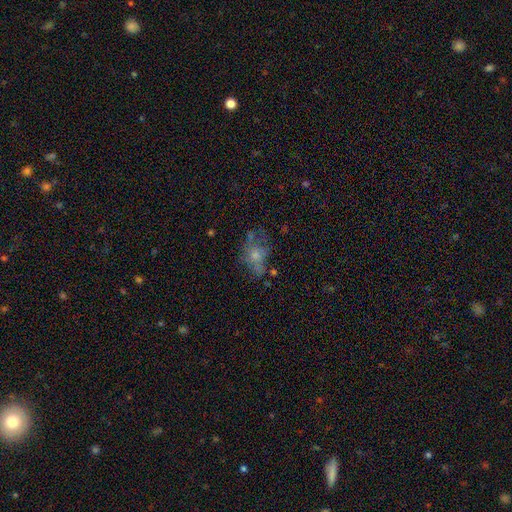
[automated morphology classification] This is possibly a smooth galaxy (50%). Merging: marginally none (39%).